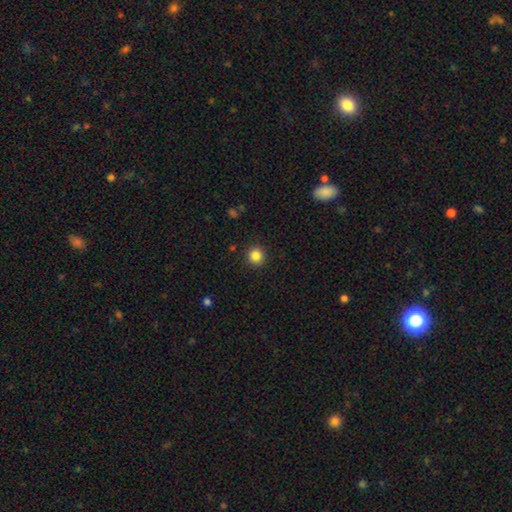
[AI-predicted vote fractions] A smooth galaxy with no disk features (85%) that is round (93%).

Vote fractions:
- Smooth or featured? smooth: 85% / star or artifact: 11% / featured or disk: 4%
- How rounded? round: 93% / in between: 6% / cigar-shaped: 1%
- Merging? none: 91% / minor disturbance: 6% / major disturbance: 2% / merger: 1%